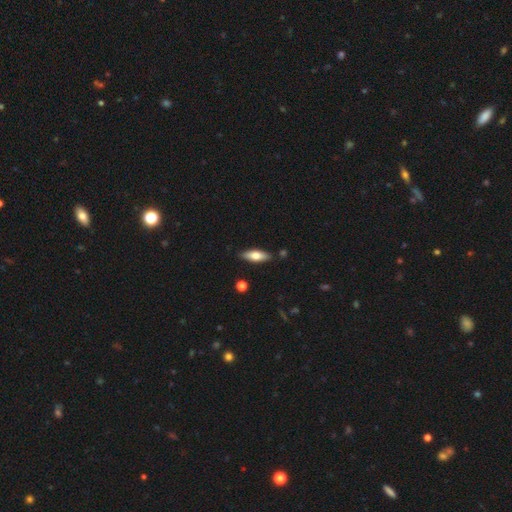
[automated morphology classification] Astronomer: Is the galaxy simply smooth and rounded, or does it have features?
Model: smooth — 65%.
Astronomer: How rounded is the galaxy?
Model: in between — 59% (runner-up: cigar-shaped, 38%).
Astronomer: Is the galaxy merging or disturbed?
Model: none — 85%.